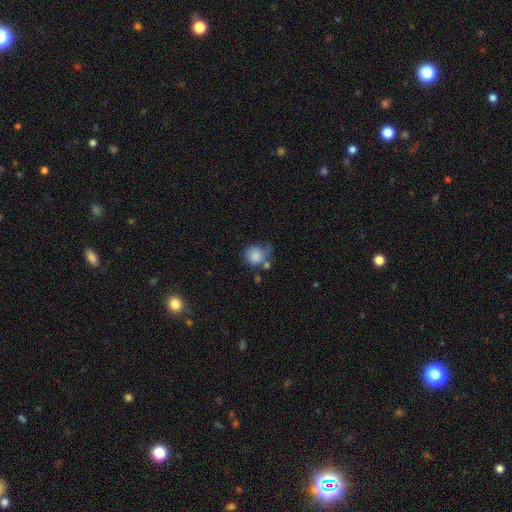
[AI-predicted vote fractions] smooth-or-featured: smooth: 80% | featured or disk: 11% | star or artifact: 8%
  how-rounded: round: 78% | in between: 21% | cigar-shaped: 1%
  merging: none: 40% | minor disturbance: 28% | merger: 17% | major disturbance: 15%